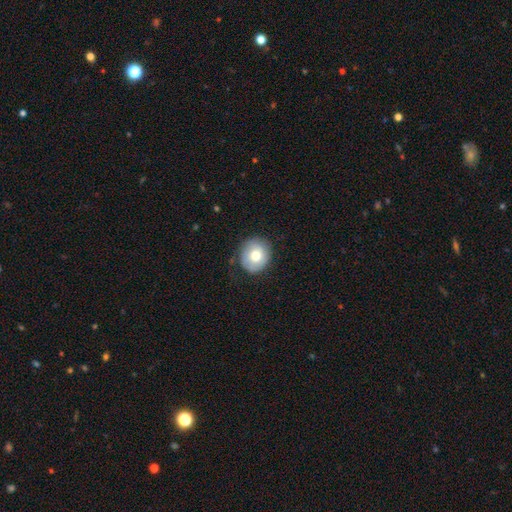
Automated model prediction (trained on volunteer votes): Smooth or featured? Predicted: smooth (p=0.71). How rounded? Predicted: round (p=0.80). Merging? Predicted: none (p=0.78).